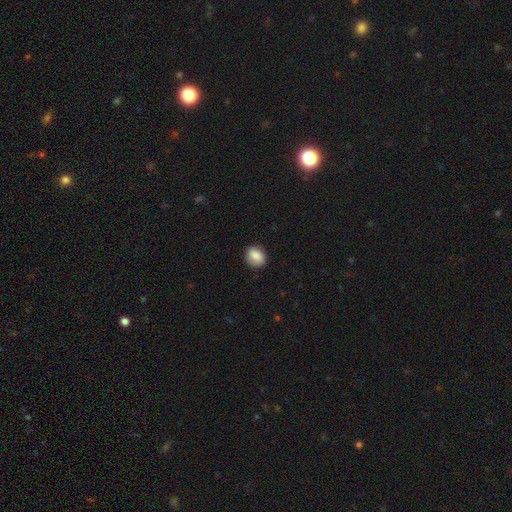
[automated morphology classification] smooth 82%, featured or disk 10%, star or artifact 8%. Down the decision tree: how rounded — round (52%); merging — none (82%).